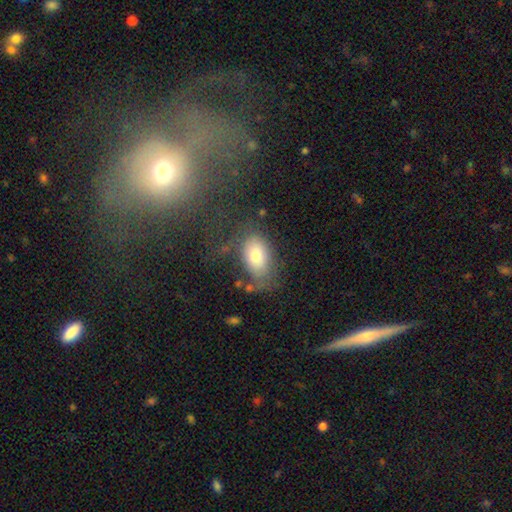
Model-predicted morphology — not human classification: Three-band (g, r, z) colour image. It shows a smooth galaxy with no disk features (75%) that is in between round and cigar-shaped (90%). Merging: none (61%).